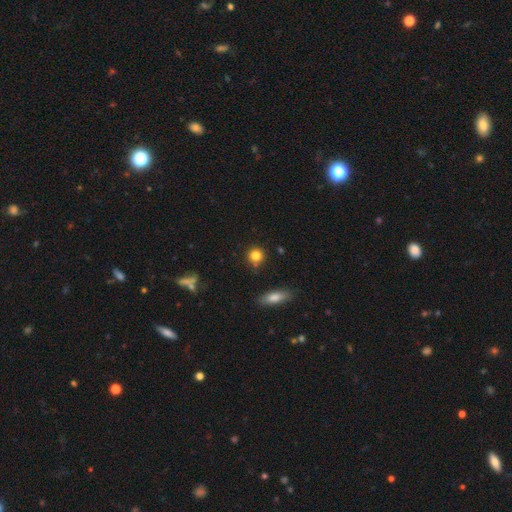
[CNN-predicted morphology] Q: Smooth or featured?
A: smooth (81%); runner-up: star or artifact (12%)
Q: How rounded?
A: round (89%); runner-up: in between (9%)
Q: Merging?
A: none (82%); runner-up: minor disturbance (10%)